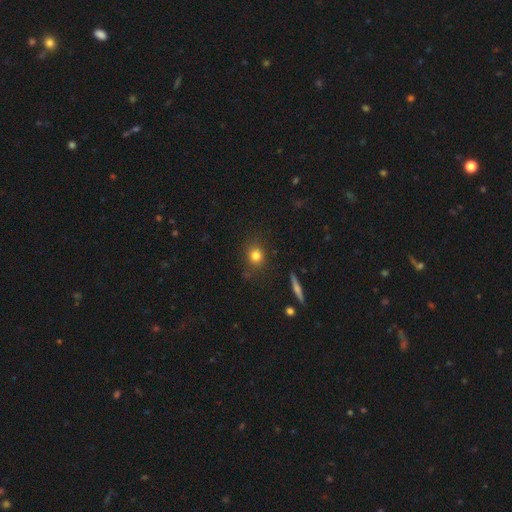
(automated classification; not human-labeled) smooth_or_featured: smooth (p=0.79) [alt: star or artifact p=0.12]
how_rounded: round (p=0.80) [alt: in between p=0.18]
merging: none (p=0.83) [alt: minor disturbance p=0.11]